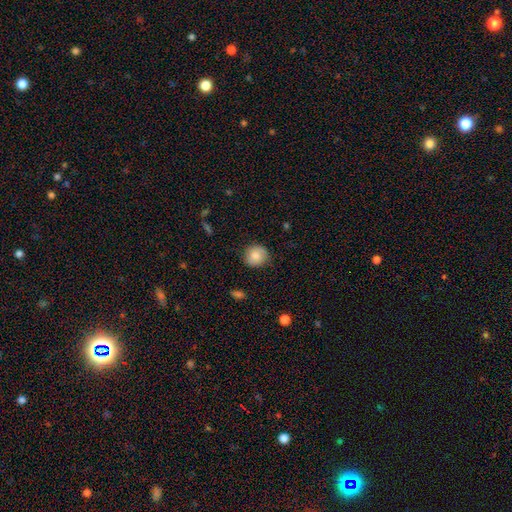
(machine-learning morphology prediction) A smooth galaxy with no disk features (81%) that is round (87%).

Vote fractions:
- Smooth or featured? smooth: 81% / featured or disk: 11% / star or artifact: 8%
- How rounded? round: 87% / in between: 12% / cigar-shaped: 1%
- Merging? none: 82% / minor disturbance: 14% / major disturbance: 3% / merger: 1%